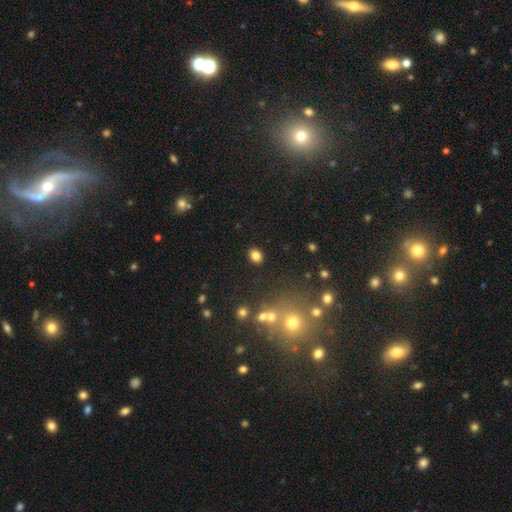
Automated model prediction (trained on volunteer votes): Morphology: type=smooth (81%); roundness=in between (54%); merging=none (86%).